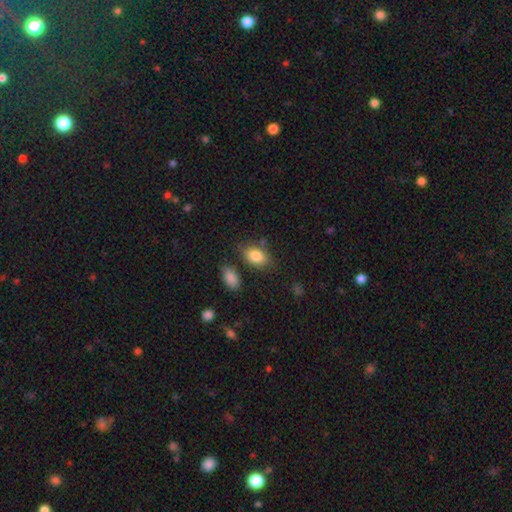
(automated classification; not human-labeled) Smooth or featured: smooth — 84% (featured or disk — 9%)
How rounded: in between — 88% (round — 11%)
Merging: none — 73% (minor disturbance — 16%)